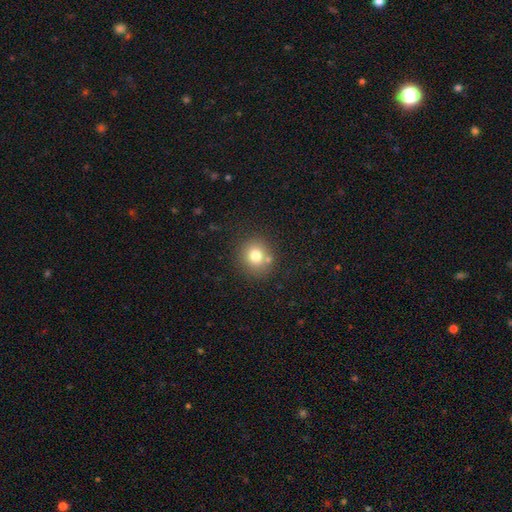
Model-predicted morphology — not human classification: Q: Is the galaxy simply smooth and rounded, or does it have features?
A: smooth — 77%.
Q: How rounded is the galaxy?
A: round — 83%.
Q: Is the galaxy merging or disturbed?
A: none — 75%.